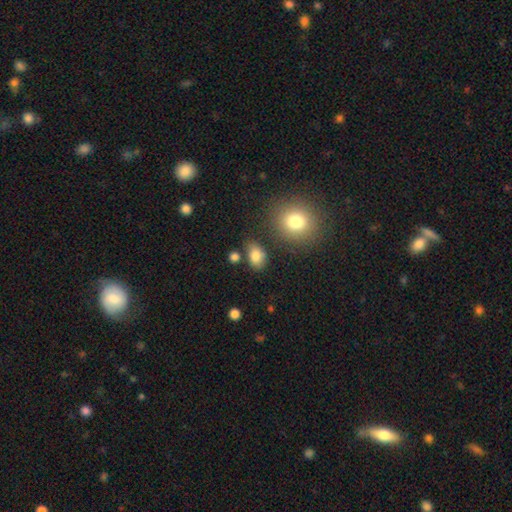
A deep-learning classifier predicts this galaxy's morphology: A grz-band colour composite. It shows a smooth galaxy with no disk features (82%) that is in between round and cigar-shaped (79%). Merging: none (72%).